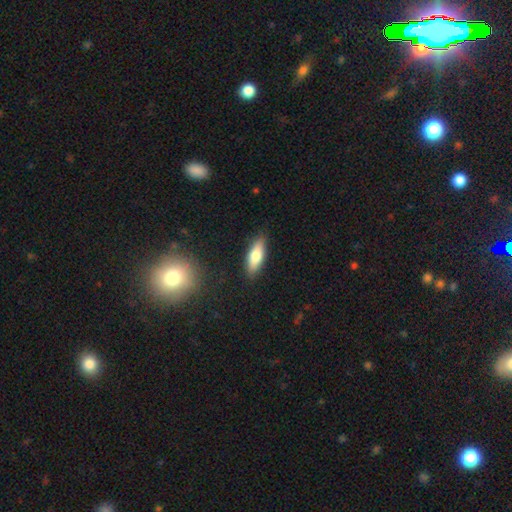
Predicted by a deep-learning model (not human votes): smooth 72%, featured or disk 21%, star or artifact 6%. Down the decision tree: how rounded — in between (60%); merging — none (87%).